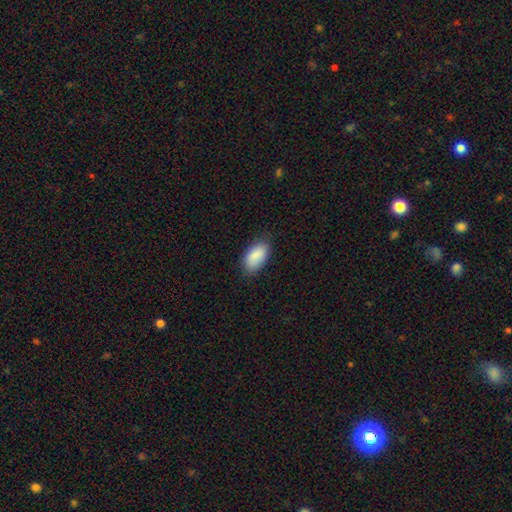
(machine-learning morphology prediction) The model was most divided on "merging": none: 78%, minor disturbance: 18%, major disturbance: 3%, merger: 1%. More confident: how rounded — in between (94%); smooth or featured — smooth (88%).